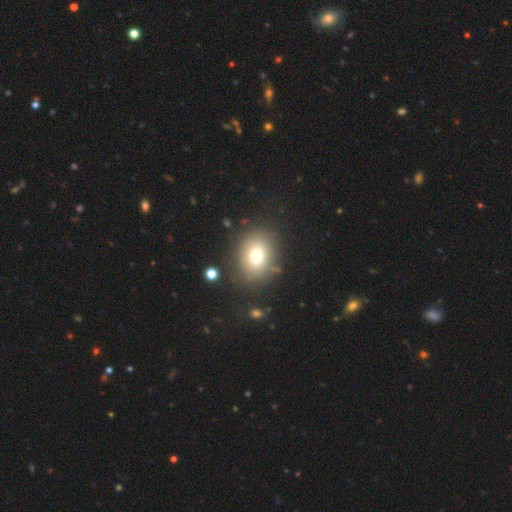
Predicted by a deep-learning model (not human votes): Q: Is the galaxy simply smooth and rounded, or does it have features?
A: smooth — 71%.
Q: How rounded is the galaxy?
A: round — 54%.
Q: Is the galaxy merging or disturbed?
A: none — 80%.